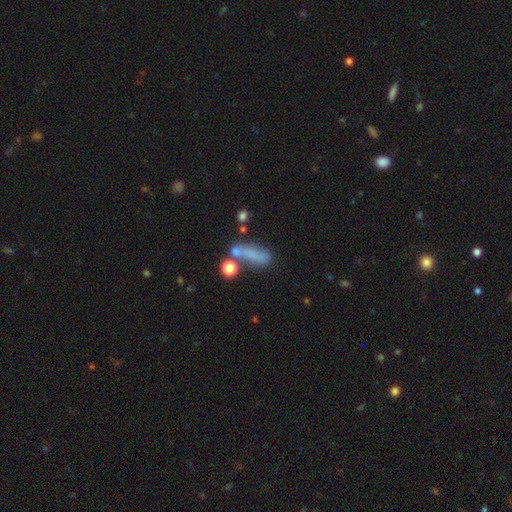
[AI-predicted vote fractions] smooth 66%, featured or disk 20%, star or artifact 14%. Down the decision tree: how rounded — in between (46%); merging — none (40%).